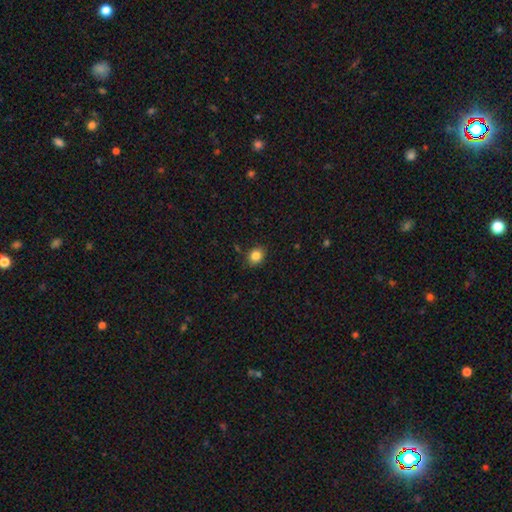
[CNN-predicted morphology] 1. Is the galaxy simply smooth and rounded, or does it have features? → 85% smooth, 10% star or artifact, 5% featured or disk.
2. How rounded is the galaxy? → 59% round, 41% in between, 1% cigar-shaped.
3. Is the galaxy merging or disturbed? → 86% none, 10% minor disturbance, 2% major disturbance, 2% merger.